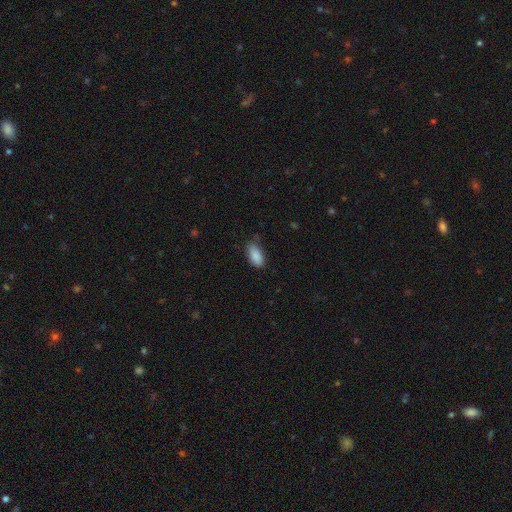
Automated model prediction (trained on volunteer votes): smooth-or-featured: smooth: 89% | star or artifact: 7% | featured or disk: 4%
  how-rounded: in between: 92% | cigar-shaped: 5% | round: 3%
  merging: none: 71% | minor disturbance: 24% | major disturbance: 4% | merger: 2%